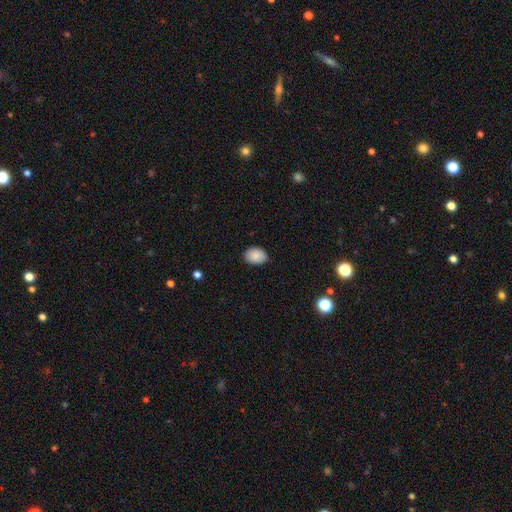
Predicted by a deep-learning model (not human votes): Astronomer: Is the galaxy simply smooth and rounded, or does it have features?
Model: smooth — 88%.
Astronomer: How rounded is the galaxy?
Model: in between — 72%.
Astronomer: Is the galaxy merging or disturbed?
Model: none — 82%.